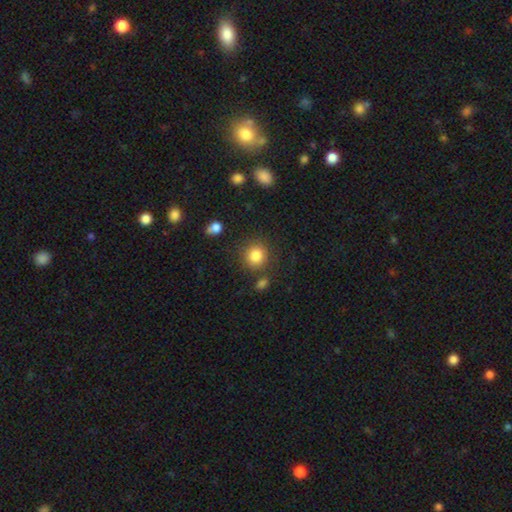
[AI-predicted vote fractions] smooth-or-featured: smooth: 84% | star or artifact: 10% | featured or disk: 6%
  how-rounded: round: 88% | in between: 11% | cigar-shaped: 1%
  merging: none: 81% | minor disturbance: 10% | merger: 5% | major disturbance: 4%